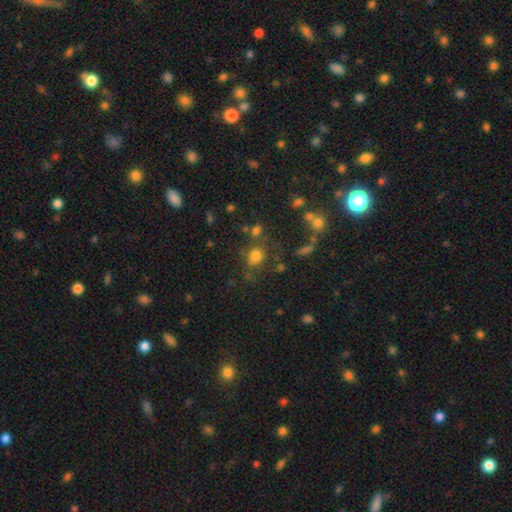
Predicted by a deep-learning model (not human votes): smooth 73%, star or artifact 17%, featured or disk 10%. Down the decision tree: how rounded — round (65%); merging — none (63%).